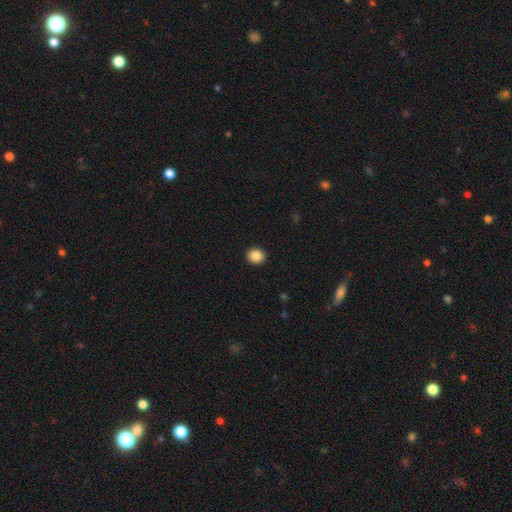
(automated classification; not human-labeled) smooth 86%, star or artifact 9%, featured or disk 4%. Down the decision tree: how rounded — round (75%); merging — none (93%).